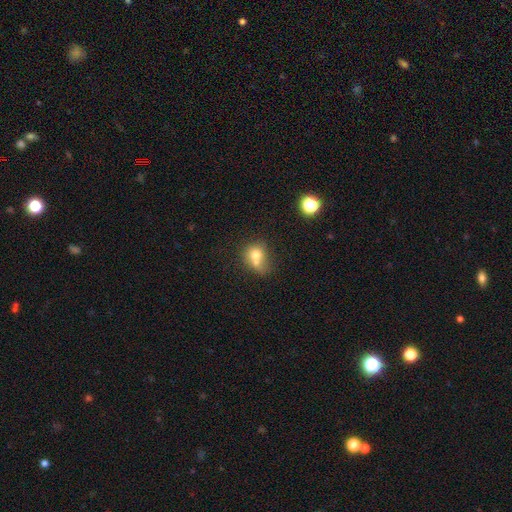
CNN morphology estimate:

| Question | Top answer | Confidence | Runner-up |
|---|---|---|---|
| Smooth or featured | smooth | 70% | featured or disk (19%) |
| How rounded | round | 65% | in between (34%) |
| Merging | merger | 56% | none (27%) |